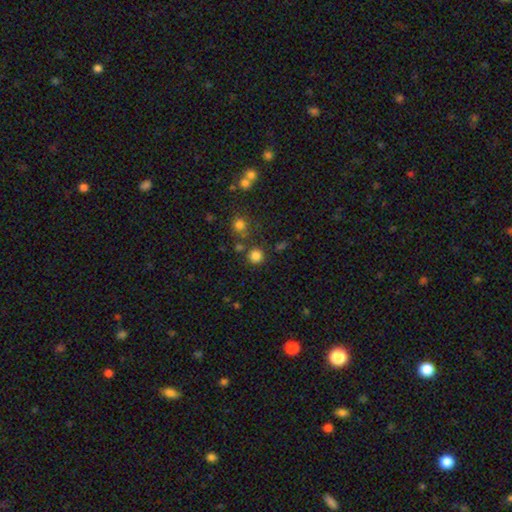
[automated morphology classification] smooth-or-featured: smooth: 81% | star or artifact: 14% | featured or disk: 4%
  how-rounded: round: 93% | in between: 6% | cigar-shaped: 1%
  merging: none: 81% | merger: 8% | minor disturbance: 8% | major disturbance: 3%